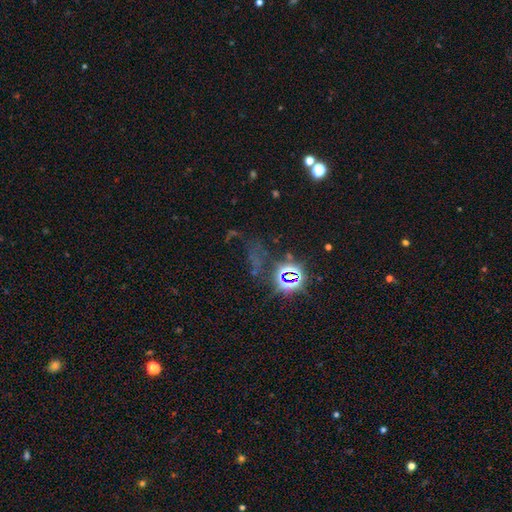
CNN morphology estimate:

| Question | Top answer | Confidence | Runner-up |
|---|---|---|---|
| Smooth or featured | star or artifact | 63% | smooth (21%) |